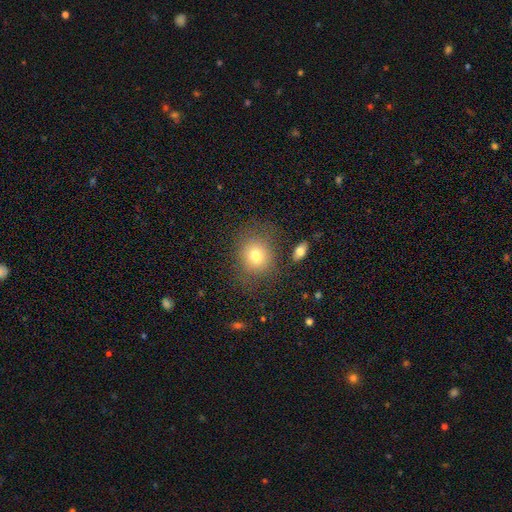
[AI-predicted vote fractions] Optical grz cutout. It shows a smooth galaxy with no disk features (76%) that is round (75%). Merging: none (76%).